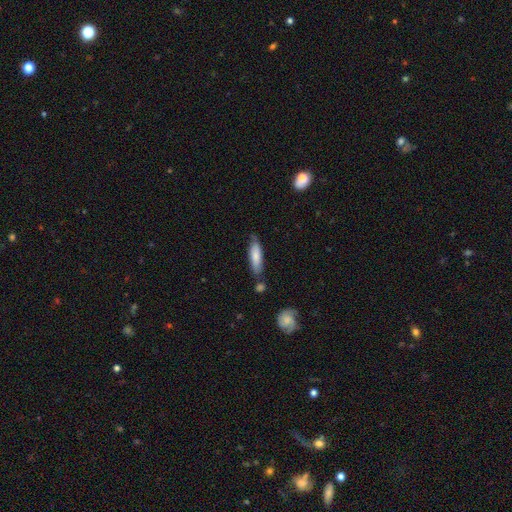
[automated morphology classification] smooth_or_featured: smooth (p=0.74) [alt: featured or disk p=0.20]
how_rounded: cigar-shaped (p=0.62) [alt: in between p=0.37]
merging: none (p=0.69) [alt: minor disturbance p=0.21]